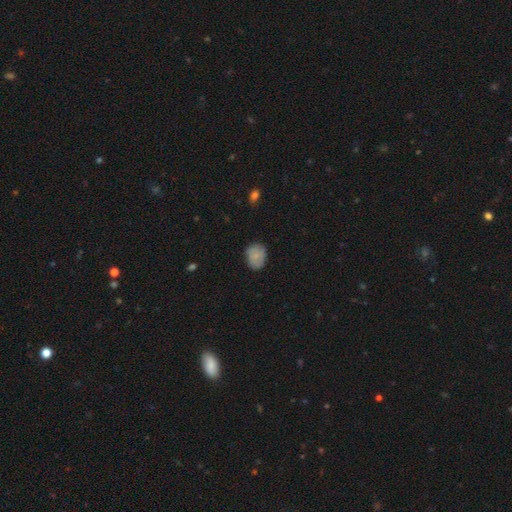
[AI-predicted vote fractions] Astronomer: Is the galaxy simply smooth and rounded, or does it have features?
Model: smooth — 77%.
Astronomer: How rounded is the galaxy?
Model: in between — 58% (runner-up: round, 41%).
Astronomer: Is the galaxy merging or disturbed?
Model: none — 73%.